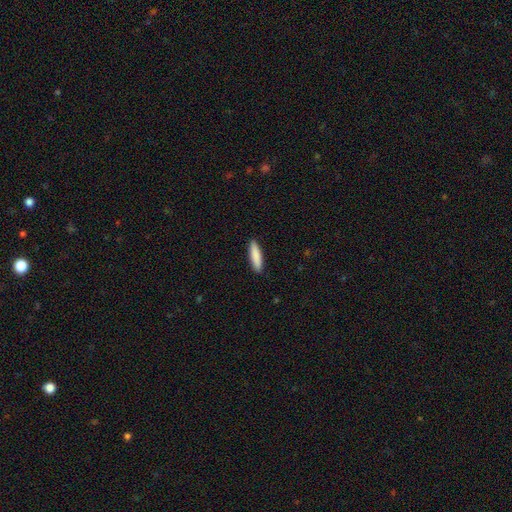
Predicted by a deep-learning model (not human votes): A smooth galaxy with no disk features (87%) that is cigar-shaped (75%).

Vote fractions:
- Smooth or featured? smooth: 87% / featured or disk: 8% / star or artifact: 5%
- How rounded? cigar-shaped: 75% / in between: 23% / round: 1%
- Merging? none: 91% / minor disturbance: 6% / major disturbance: 1% / merger: 1%